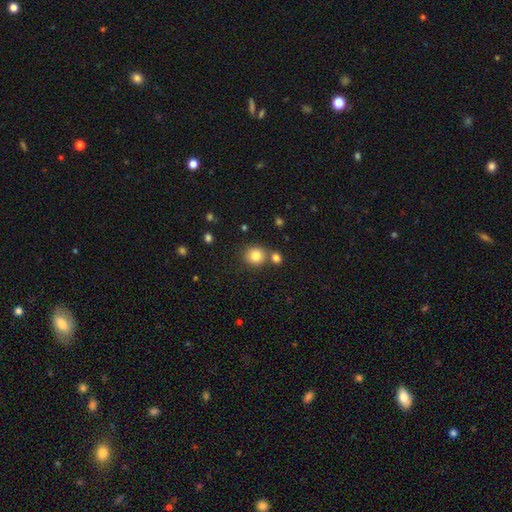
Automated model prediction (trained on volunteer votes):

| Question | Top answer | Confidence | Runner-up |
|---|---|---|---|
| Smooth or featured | smooth | 82% | star or artifact (11%) |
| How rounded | round | 88% | in between (11%) |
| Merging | none | 69% | merger (20%) |